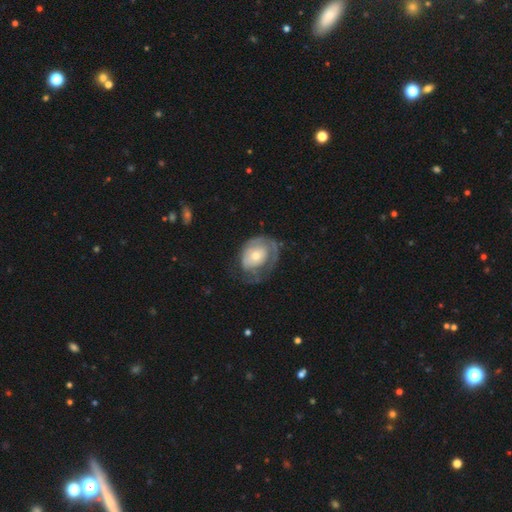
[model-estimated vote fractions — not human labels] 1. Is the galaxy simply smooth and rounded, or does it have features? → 60% featured or disk, 35% smooth, 6% star or artifact.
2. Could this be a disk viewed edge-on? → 96% no, 4% yes.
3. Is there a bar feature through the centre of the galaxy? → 79% no, 17% weak, 4% strong.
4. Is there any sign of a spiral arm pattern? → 66% yes, 34% no.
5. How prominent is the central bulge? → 46% moderate, 43% small, 8% large, 2% none, 2% dominant.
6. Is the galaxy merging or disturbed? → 44% none, 29% major disturbance, 25% minor disturbance, 2% merger.